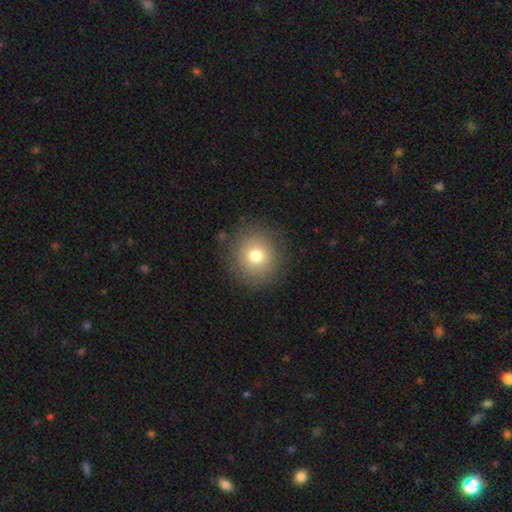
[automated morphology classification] Smooth or featured? smooth (76%)
How rounded? round (91%)
Merging? none (87%)